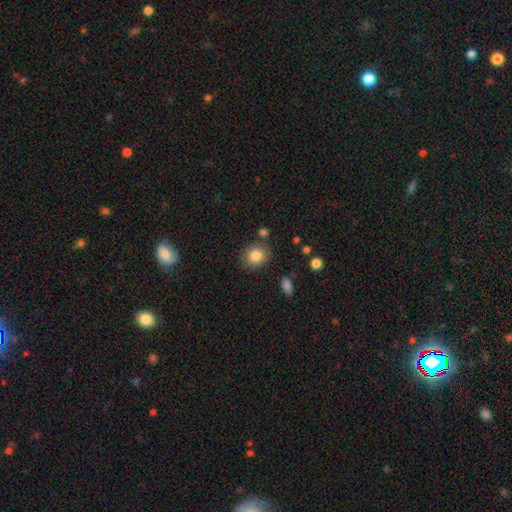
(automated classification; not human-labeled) smooth-or-featured: smooth: 83% | star or artifact: 9% | featured or disk: 8%
  how-rounded: round: 67% | in between: 32% | cigar-shaped: 1%
  merging: none: 82% | minor disturbance: 11% | merger: 4% | major disturbance: 3%